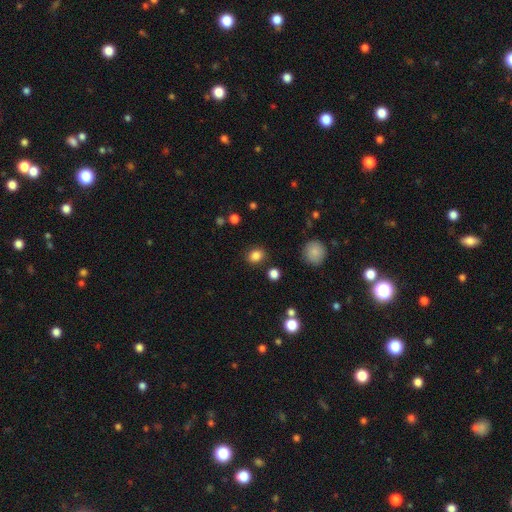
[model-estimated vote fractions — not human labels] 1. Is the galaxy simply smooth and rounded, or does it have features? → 83% smooth, 12% star or artifact, 5% featured or disk.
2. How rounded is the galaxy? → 60% round, 39% in between, 1% cigar-shaped.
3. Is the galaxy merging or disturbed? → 86% none, 8% minor disturbance, 3% major disturbance, 3% merger.